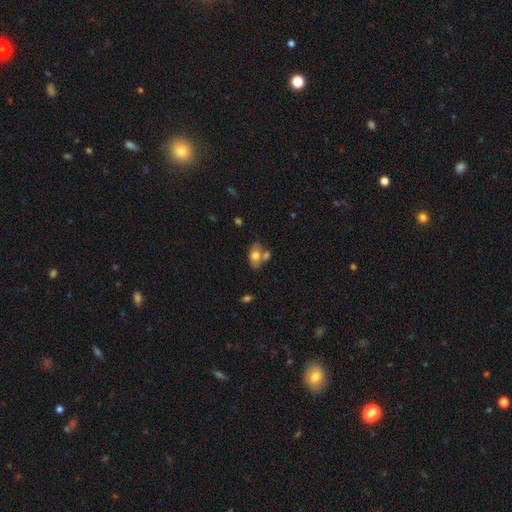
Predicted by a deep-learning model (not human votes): smooth_or_featured: smooth (p=0.67) [alt: featured or disk p=0.25]
how_rounded: in between (p=0.84) [alt: round p=0.14]
merging: none (p=0.44) [alt: merger p=0.34]